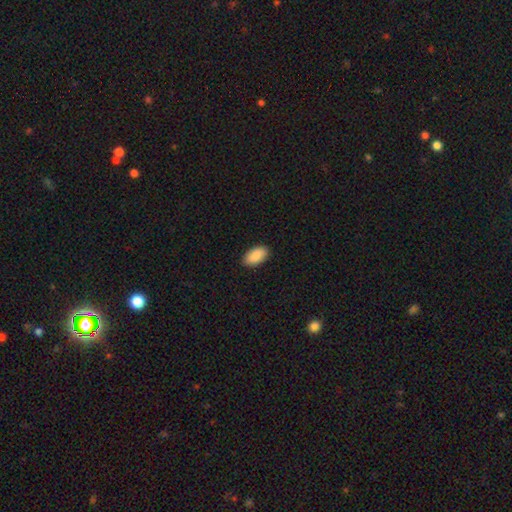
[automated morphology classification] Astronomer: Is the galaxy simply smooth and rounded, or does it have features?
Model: smooth — 91%.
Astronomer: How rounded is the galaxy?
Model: in between — 95%.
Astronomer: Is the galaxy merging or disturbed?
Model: none — 89%.